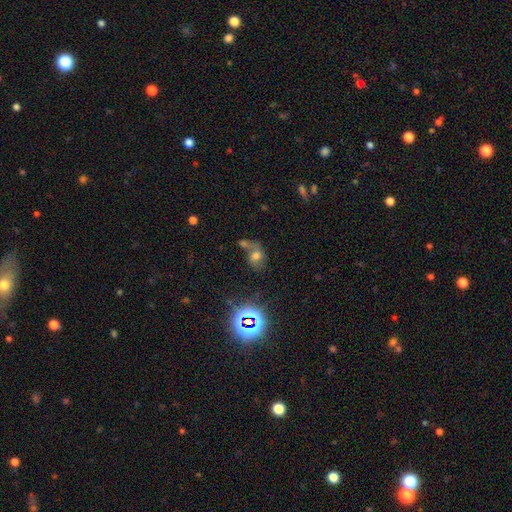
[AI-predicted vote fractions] This is possibly a smooth galaxy (53%). How rounded: likely in between (61%). Merging: marginally merger (42%).